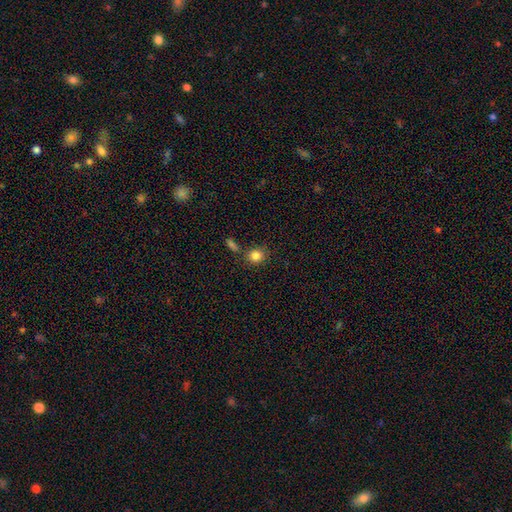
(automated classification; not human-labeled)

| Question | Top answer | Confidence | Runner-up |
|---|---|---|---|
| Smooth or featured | smooth | 84% | star or artifact (10%) |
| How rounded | round | 77% | in between (22%) |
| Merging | none | 74% | minor disturbance (12%) |